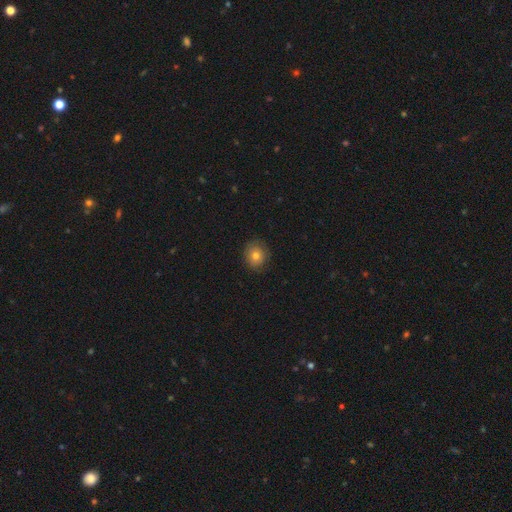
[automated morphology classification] Smooth or featured? Predicted: smooth (p=0.77). How rounded? Predicted: round (p=0.82). Merging? Predicted: none (p=0.86).